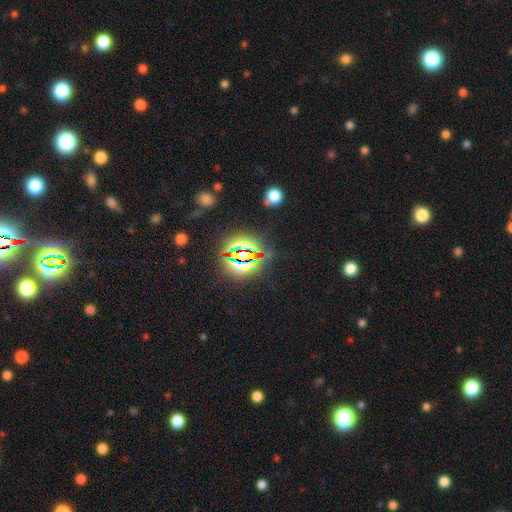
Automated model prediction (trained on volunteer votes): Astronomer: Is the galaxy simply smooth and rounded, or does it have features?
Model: star or artifact — 80%.